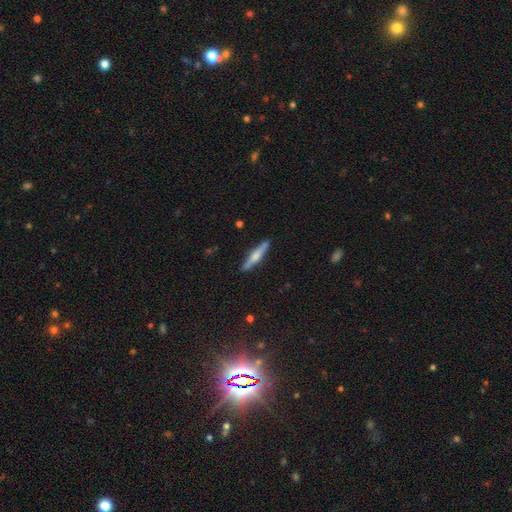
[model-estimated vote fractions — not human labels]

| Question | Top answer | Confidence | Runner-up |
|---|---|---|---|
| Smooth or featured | featured or disk | 49% | smooth (46%) |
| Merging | none | 89% | minor disturbance (8%) |